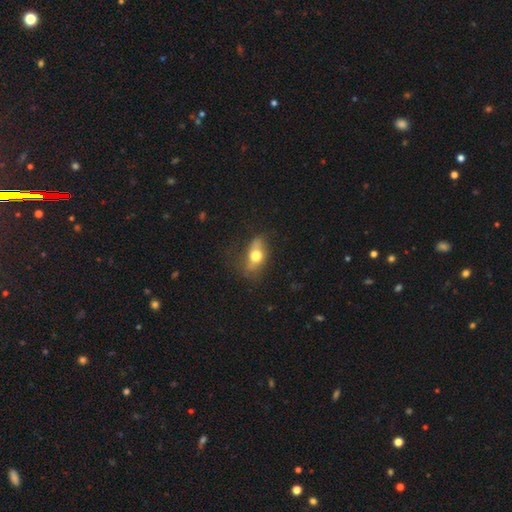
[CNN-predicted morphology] A smooth galaxy with no disk features (62%) that is in between round and cigar-shaped (76%).

Vote fractions:
- Smooth or featured? smooth: 62% / featured or disk: 29% / star or artifact: 9%
- How rounded? in between: 76% / round: 16% / cigar-shaped: 8%
- Merging? none: 57% / minor disturbance: 26% / major disturbance: 15% / merger: 3%